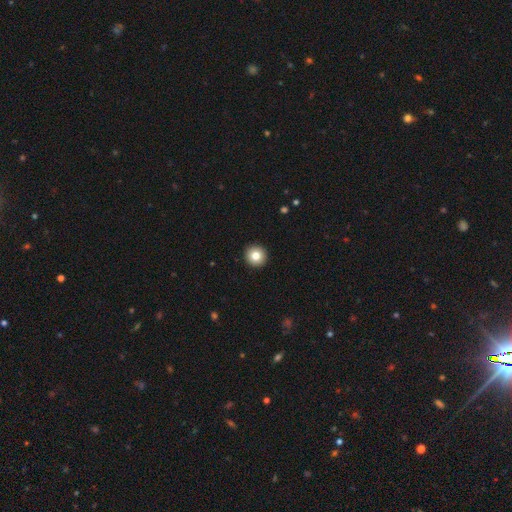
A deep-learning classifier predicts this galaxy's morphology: Q: Smooth or featured?
A: smooth (81%); runner-up: star or artifact (9%)
Q: How rounded?
A: round (95%); runner-up: in between (4%)
Q: Merging?
A: none (94%); runner-up: minor disturbance (4%)